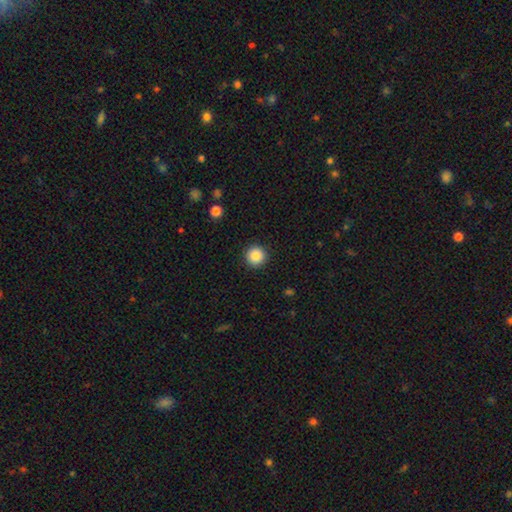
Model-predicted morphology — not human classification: smooth-or-featured: smooth: 87% | star or artifact: 9% | featured or disk: 4%
  how-rounded: round: 96% | in between: 3% | cigar-shaped: 1%
  merging: none: 92% | minor disturbance: 5% | major disturbance: 2% | merger: 1%